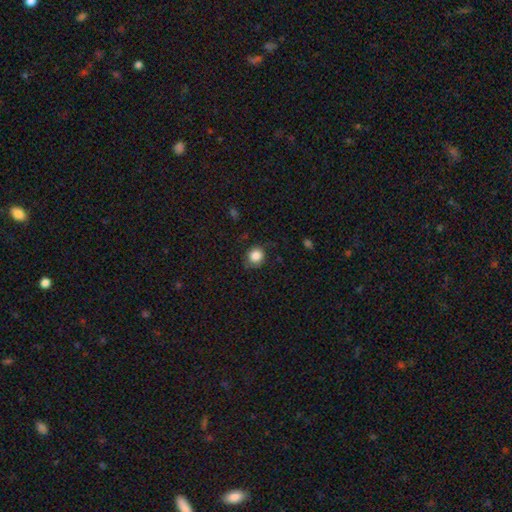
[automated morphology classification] The model was most divided on "how rounded": round: 80%, in between: 19%, cigar-shaped: 1%. More confident: smooth or featured — smooth (85%); merging — none (80%).